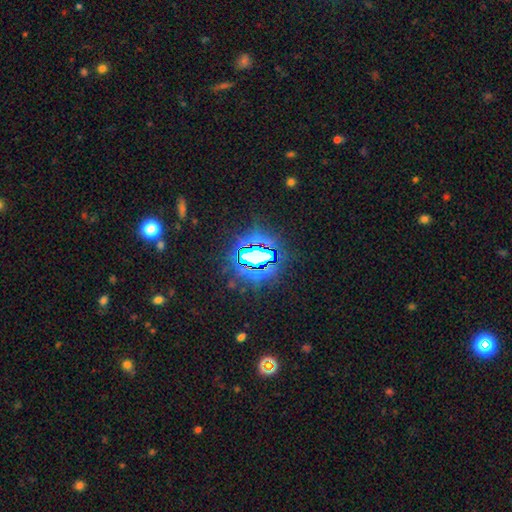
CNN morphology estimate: star or artifact 75%, smooth 14%, featured or disk 11%.